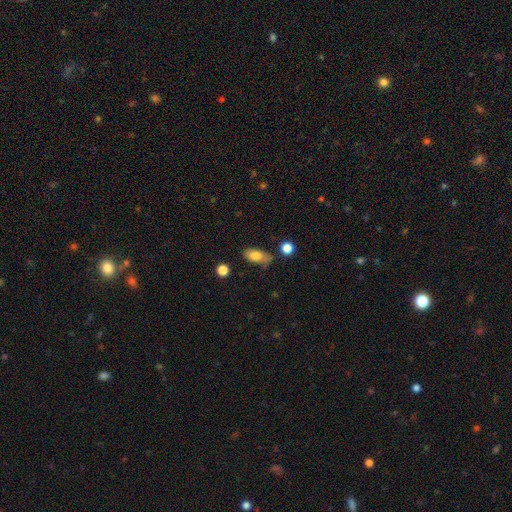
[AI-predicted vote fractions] This appears to be a smooth galaxy with no disk features (76%) that is in between round and cigar-shaped (86%). Merging: none (67%).